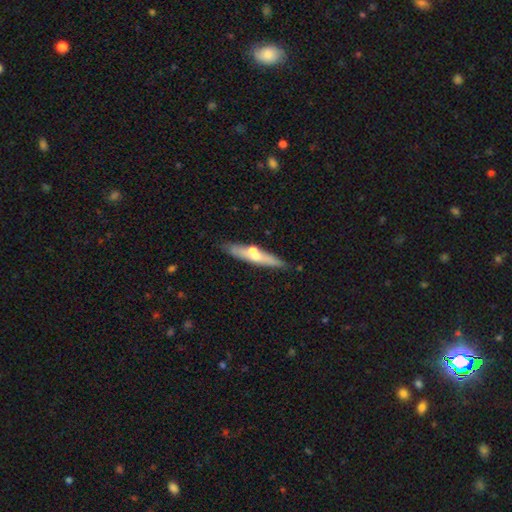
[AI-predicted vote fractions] featured or disk 54%, smooth 39%, star or artifact 7%. Down the decision tree: edge-on disk — yes (88%); merging — none (80%).